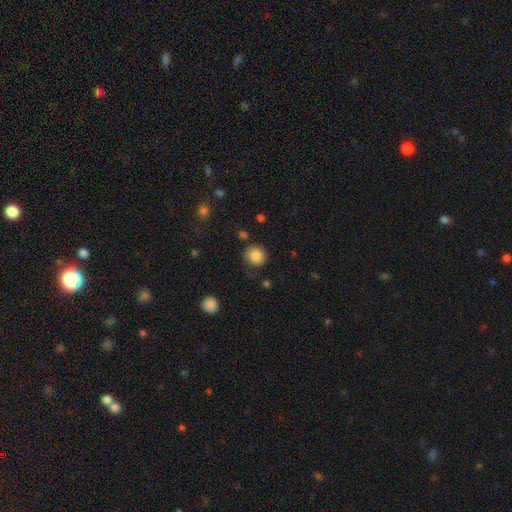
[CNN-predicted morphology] This appears to be a smooth galaxy with no disk features (84%) that is round (89%). Merging: none (79%).